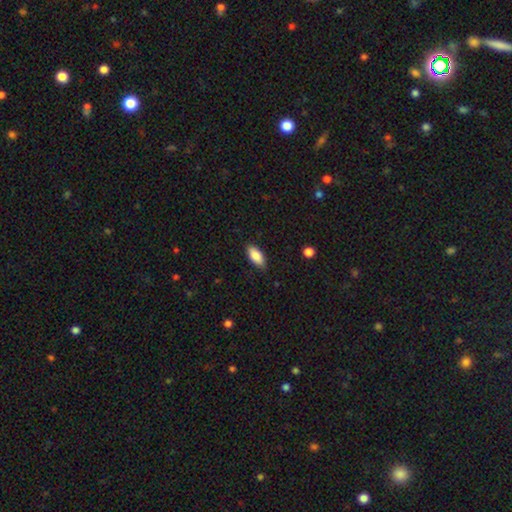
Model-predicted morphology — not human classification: smooth 85%, featured or disk 8%, star or artifact 7%. Down the decision tree: how rounded — in between (88%); merging — none (81%).